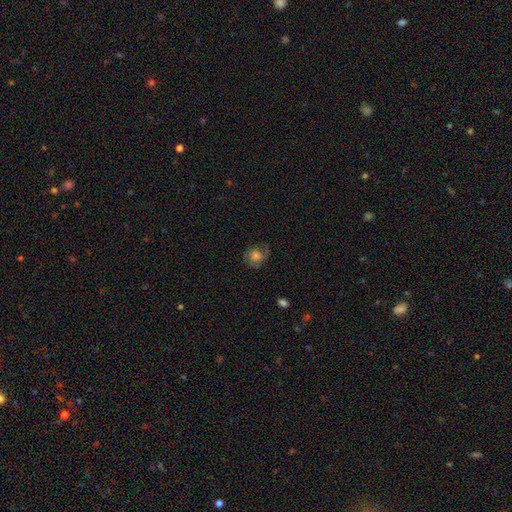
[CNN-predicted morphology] A smooth galaxy with no disk features (58%) that is round (77%). Merging: none (60%).